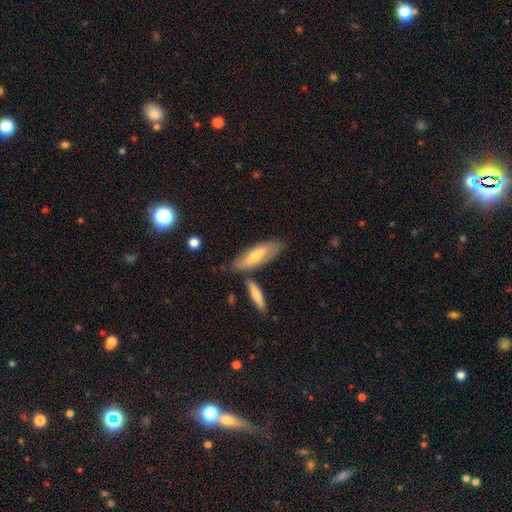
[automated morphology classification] Smooth or featured: smooth — 58% (featured or disk — 36%)
How rounded: in between — 55% (cigar-shaped — 43%)
Merging: none — 70% (minor disturbance — 17%)